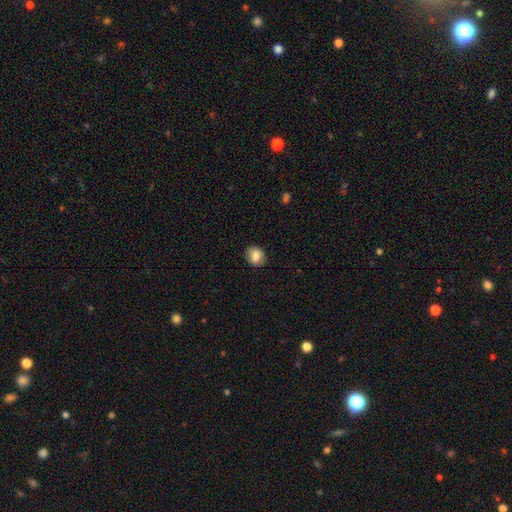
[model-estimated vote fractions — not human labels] A smooth galaxy with no disk features (83%) that is round (59%). Merging: none (86%).